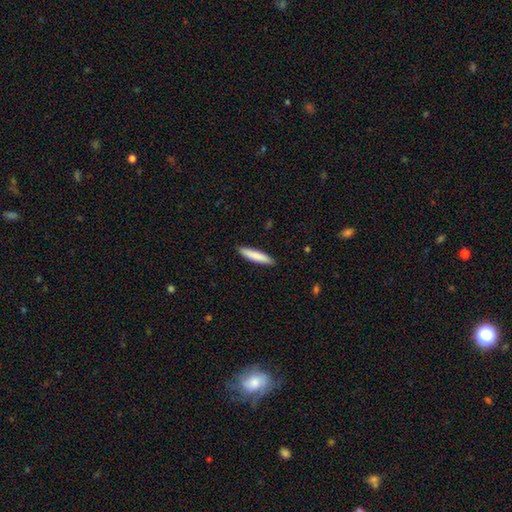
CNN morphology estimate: This appears to be a smooth galaxy with no disk features (83%) that is cigar-shaped (87%). Merging: none (90%).